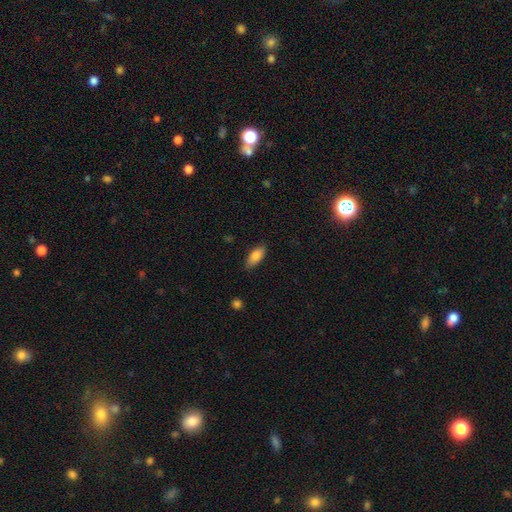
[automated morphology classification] Smooth or featured? smooth (83%)
How rounded? in between (83%)
Merging? none (84%)